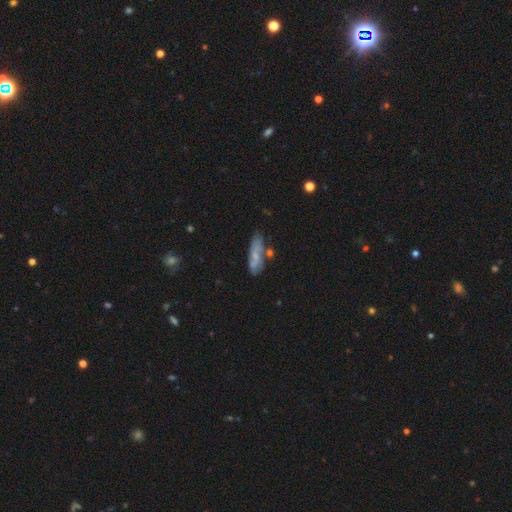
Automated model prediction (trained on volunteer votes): smooth 57%, featured or disk 35%, star or artifact 8%. Down the decision tree: how rounded — cigar-shaped (50%); merging — none (57%).